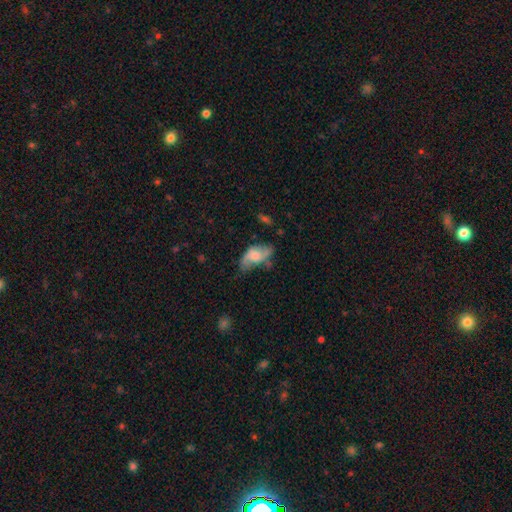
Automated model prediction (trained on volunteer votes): A featured or disk galaxy (47%).

Vote fractions:
- Smooth or featured? featured or disk: 47% / smooth: 45% / star or artifact: 8%
- Merging? none: 43% / minor disturbance: 31% / major disturbance: 20% / merger: 6%